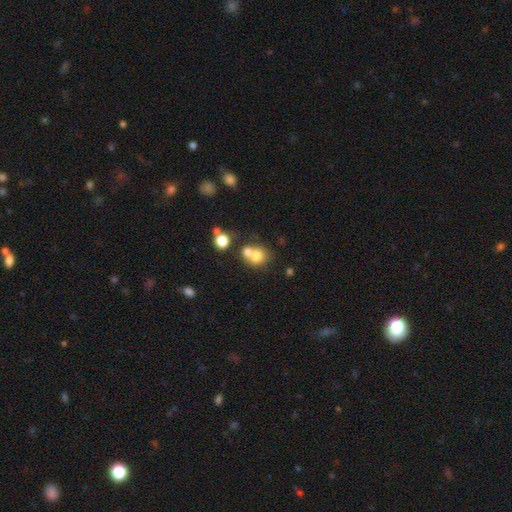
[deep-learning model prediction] Smooth or featured? smooth (72%)
How rounded? round (76%)
Merging? merger (50%)